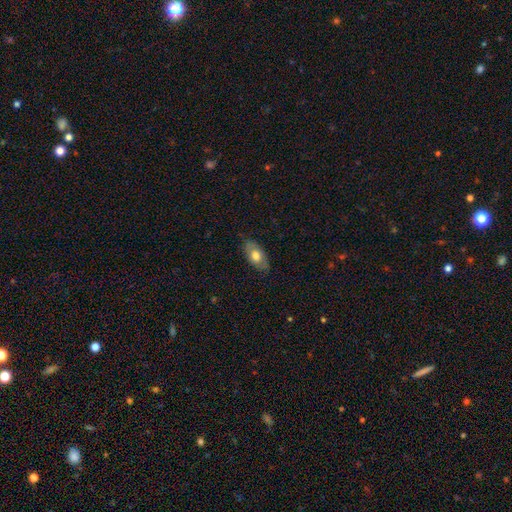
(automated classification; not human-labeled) A smooth galaxy with no disk features (66%) that is in between round and cigar-shaped (91%).

Vote fractions:
- Smooth or featured? smooth: 66% / featured or disk: 28% / star or artifact: 6%
- How rounded? in between: 91% / round: 5% / cigar-shaped: 4%
- Merging? none: 79% / minor disturbance: 17% / major disturbance: 3% / merger: 1%